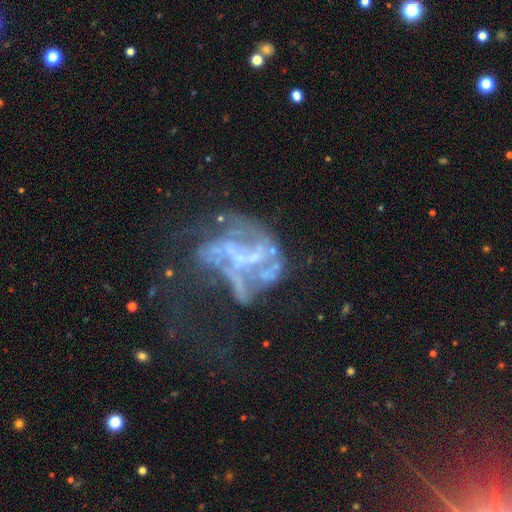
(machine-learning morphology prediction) Smooth or featured?
  - featured or disk: 72% *
  - star or artifact: 15%
  - smooth: 13%
Edge-on disk?
  - no: 97% *
  - yes: 3%
Bar?
  - no: 58% *
  - weak: 24%
  - strong: 18%
Spiral arms?
  - no: 59% *
  - yes: 41%
Bulge size?
  - none: 51% *
  - small: 32%
  - moderate: 13%
  - large: 2%
  - dominant: 2%
Merging?
  - major disturbance: 40% *
  - none: 31%
  - minor disturbance: 16%
  - merger: 14%